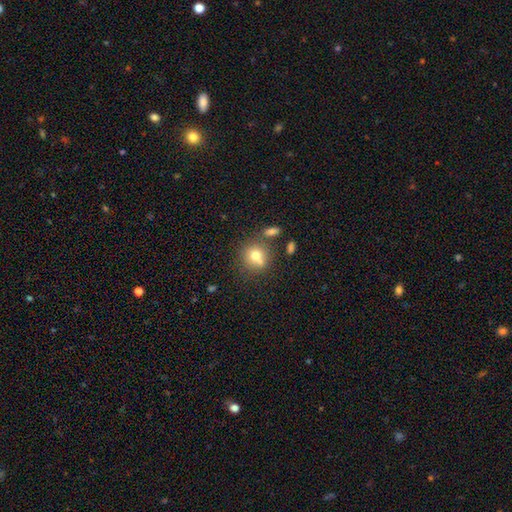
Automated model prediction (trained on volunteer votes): Smooth or featured? Predicted: smooth (p=0.74). How rounded? Predicted: round (p=0.85). Merging? Predicted: none (p=0.60).